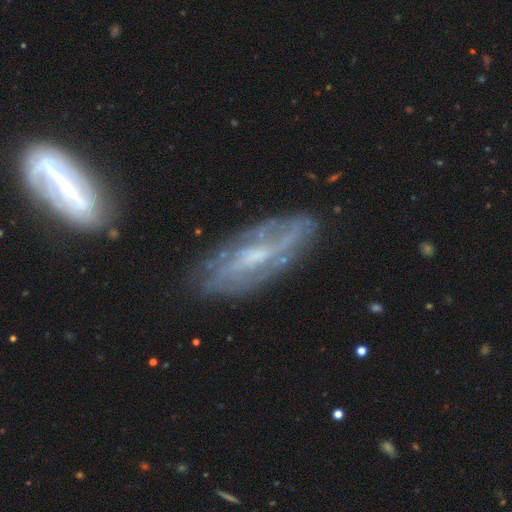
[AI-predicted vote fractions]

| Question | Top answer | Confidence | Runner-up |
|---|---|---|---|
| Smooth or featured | featured or disk | 75% | smooth (17%) |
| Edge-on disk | no | 80% | yes (20%) |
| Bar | weak | 43% | no (39%) |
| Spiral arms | yes | 75% | no (25%) |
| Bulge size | small | 47% | moderate (33%) |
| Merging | none | 71% | minor disturbance (19%) |